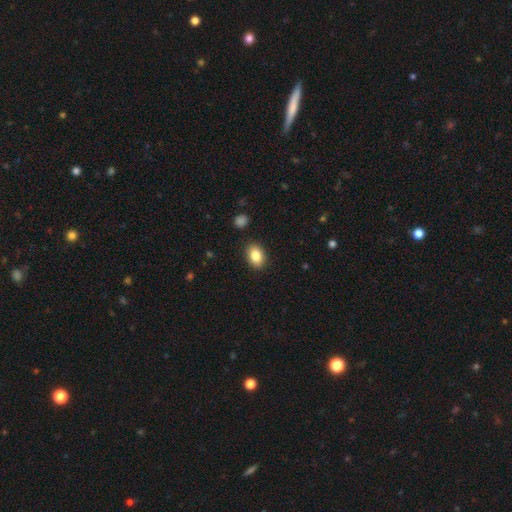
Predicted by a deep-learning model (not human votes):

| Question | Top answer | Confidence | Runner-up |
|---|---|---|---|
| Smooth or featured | smooth | 84% | star or artifact (8%) |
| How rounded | in between | 83% | round (16%) |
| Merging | none | 89% | minor disturbance (8%) |